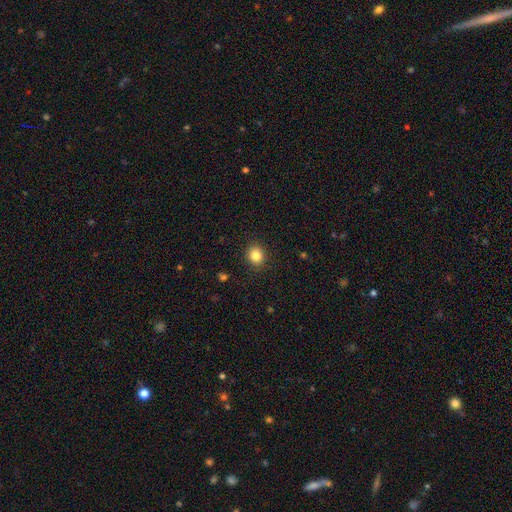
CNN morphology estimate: smooth_or_featured: smooth (p=0.84) [alt: star or artifact p=0.11]
how_rounded: round (p=0.76) [alt: in between p=0.23]
merging: none (p=0.90) [alt: minor disturbance p=0.07]